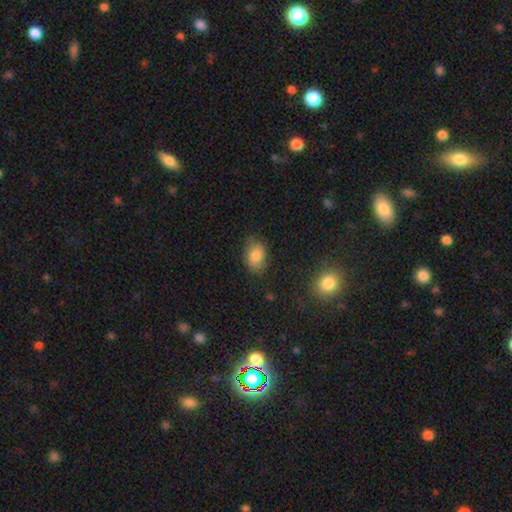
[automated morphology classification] smooth 82%, featured or disk 10%, star or artifact 9%. Down the decision tree: how rounded — in between (79%); merging — none (74%).